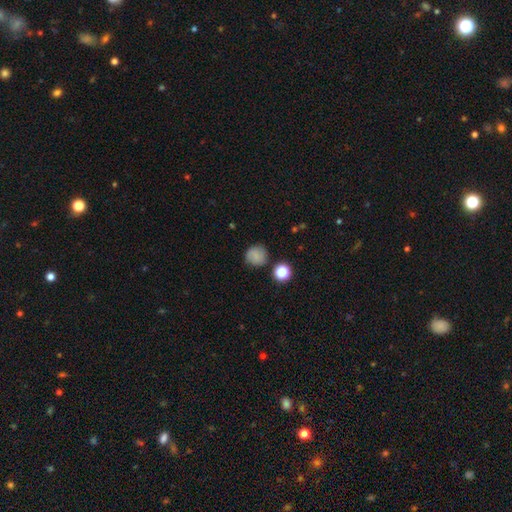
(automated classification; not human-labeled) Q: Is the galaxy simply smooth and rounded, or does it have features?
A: smooth — 80%.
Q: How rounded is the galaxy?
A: round — 90%.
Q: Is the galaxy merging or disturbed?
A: none — 80%.